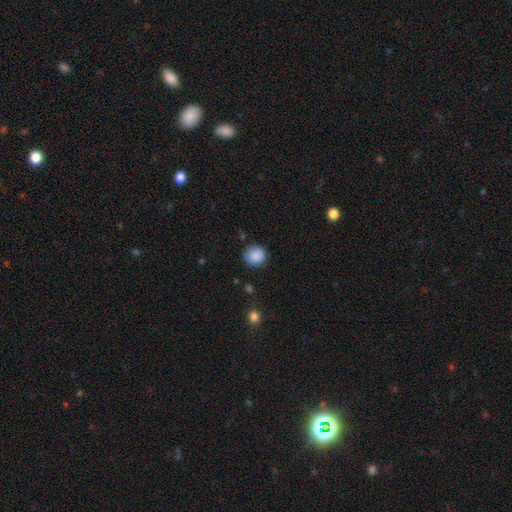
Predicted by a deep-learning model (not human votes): smooth-or-featured: smooth: 88% | star or artifact: 8% | featured or disk: 4%
  how-rounded: round: 91% | in between: 8% | cigar-shaped: 1%
  merging: none: 83% | minor disturbance: 12% | major disturbance: 3% | merger: 2%